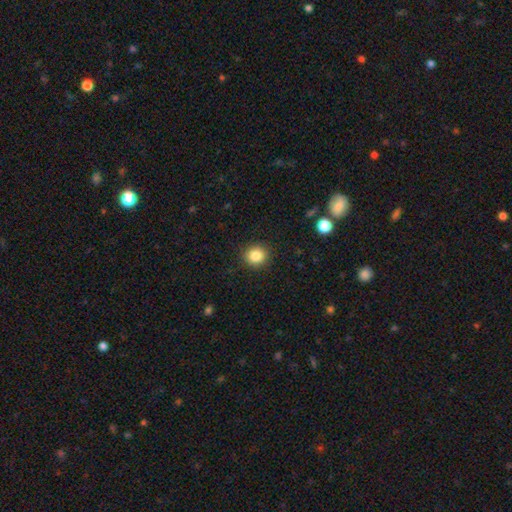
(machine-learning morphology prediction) smooth 85%, star or artifact 10%, featured or disk 5%. Down the decision tree: how rounded — round (85%); merging — none (90%).